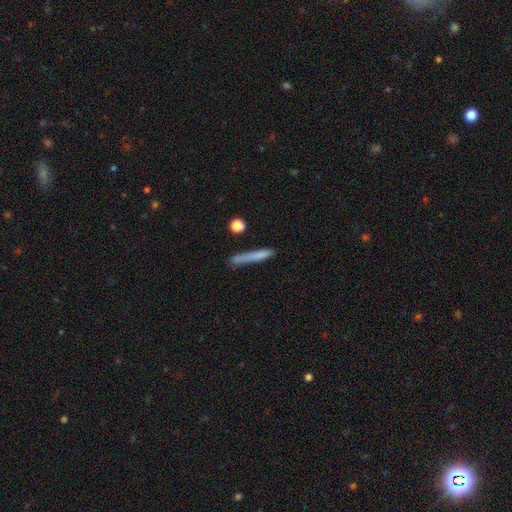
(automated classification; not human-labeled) smooth 71%, featured or disk 21%, star or artifact 8%. Down the decision tree: how rounded — cigar-shaped (94%); merging — none (74%).